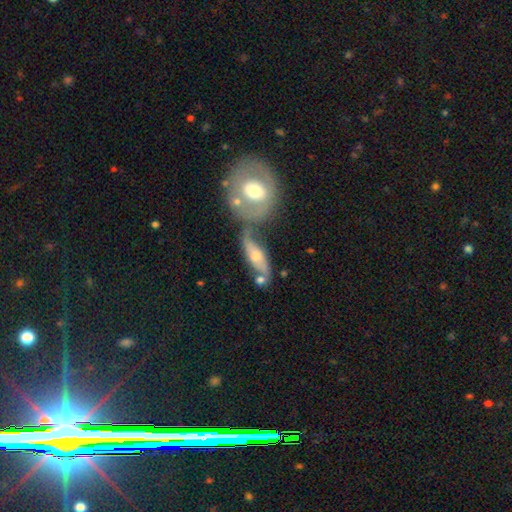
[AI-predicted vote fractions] Smooth or featured?
  - featured or disk: 60% *
  - smooth: 32%
  - star or artifact: 7%
Edge-on disk?
  - no: 69% *
  - yes: 31%
Merging?
  - none: 40% *
  - merger: 33%
  - minor disturbance: 17%
  - major disturbance: 11%